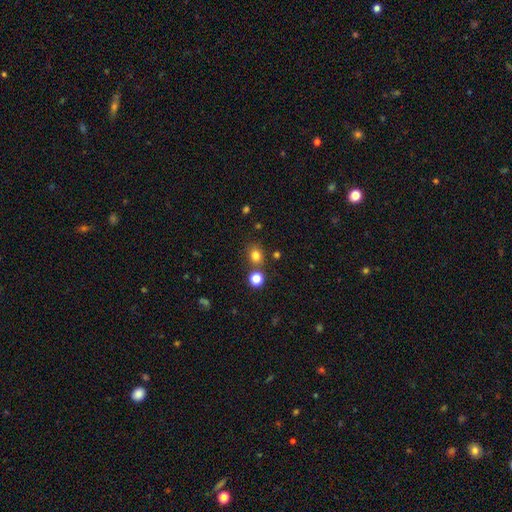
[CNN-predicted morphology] The model was most divided on "how rounded": round: 72%, in between: 27%, cigar-shaped: 1%. More confident: smooth or featured — smooth (79%); merging — none (77%).